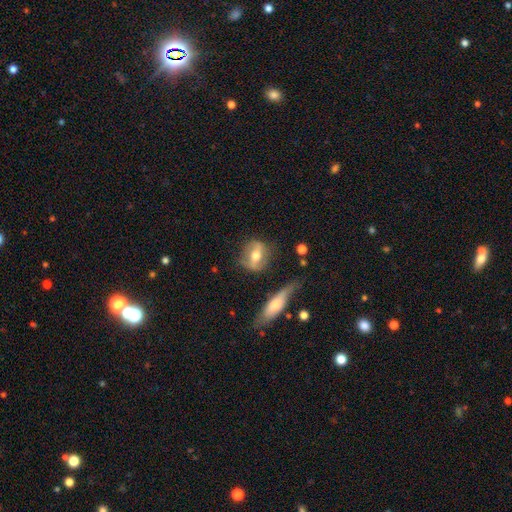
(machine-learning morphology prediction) smooth_or_featured: featured or disk (p=0.52) [alt: smooth p=0.41]
disk_edge_on: no (p=0.74) [alt: yes p=0.26]
merging: none (p=0.69) [alt: minor disturbance p=0.19]